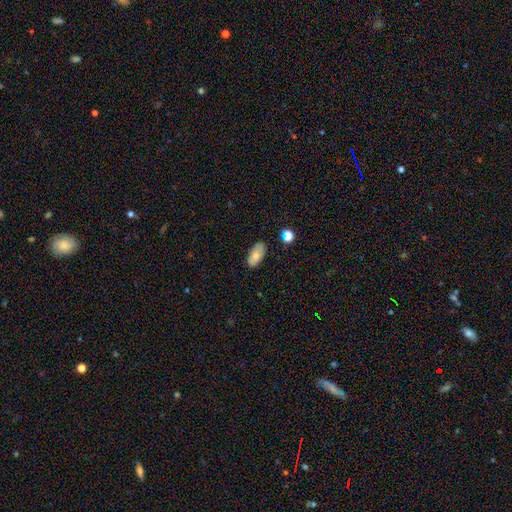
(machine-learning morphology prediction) Smooth or featured? smooth (77%)
How rounded? in between (91%)
Merging? none (82%)